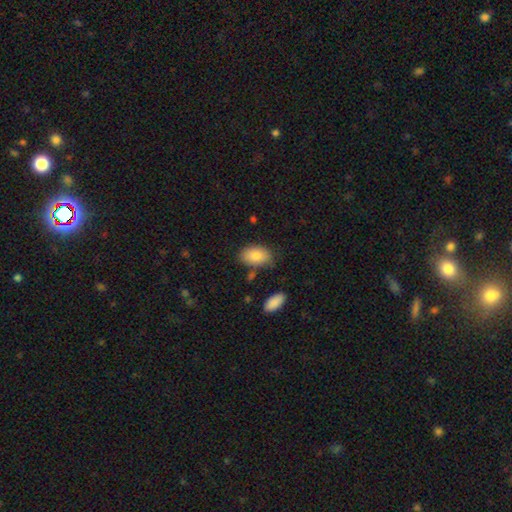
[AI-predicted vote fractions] Smooth or featured? smooth (84%)
How rounded? in between (92%)
Merging? none (75%)